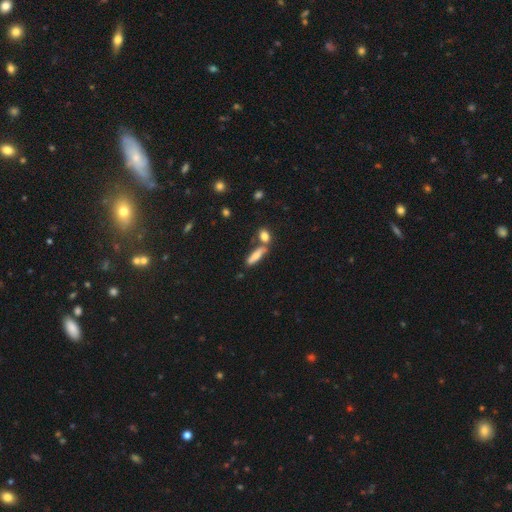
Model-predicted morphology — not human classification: smooth 64%, featured or disk 27%, star or artifact 9%. Down the decision tree: how rounded — cigar-shaped (59%); merging — none (58%).